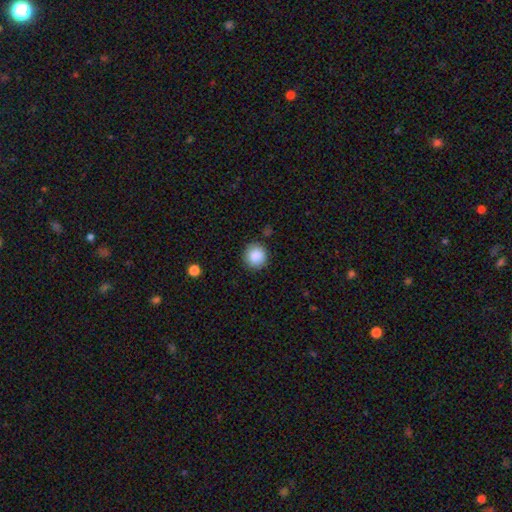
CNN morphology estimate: A smooth galaxy with no disk features (88%) that is round (91%). Merging: none (87%).